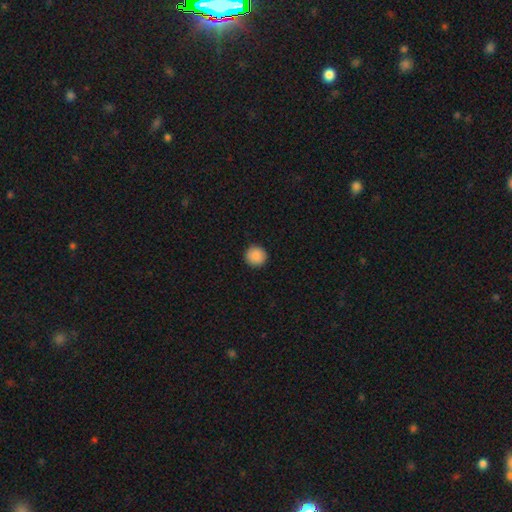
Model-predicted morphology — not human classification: smooth 90%, star or artifact 8%, featured or disk 2%. Down the decision tree: how rounded — round (95%); merging — none (93%).